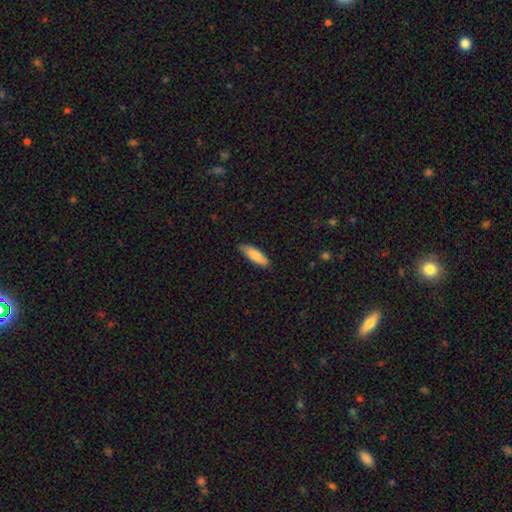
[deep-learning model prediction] The model was most divided on "how rounded": in between: 55%, cigar-shaped: 44%, round: 2%. More confident: smooth or featured — smooth (83%); merging — none (80%).